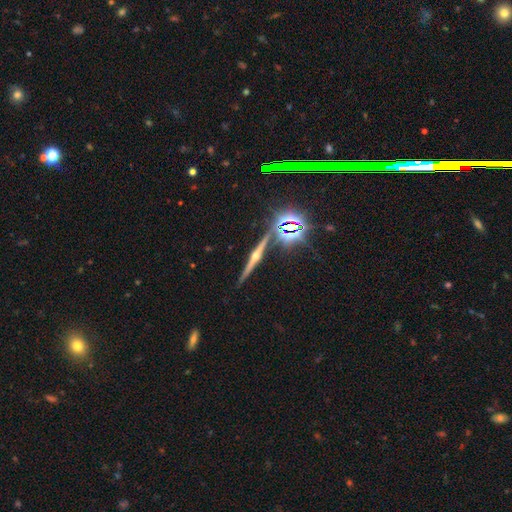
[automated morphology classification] A featured or disk galaxy (73%) viewed edge-on (97%) with a rounded central bulge (93%).

Vote fractions:
- Smooth or featured? featured or disk: 73% / star or artifact: 18% / smooth: 9%
- Edge-on disk? yes: 97% / no: 3%
- Edge-on bulge? rounded: 93% / none: 3% / boxy: 3%
- Merging? none: 88% / minor disturbance: 7% / merger: 3% / major disturbance: 2%